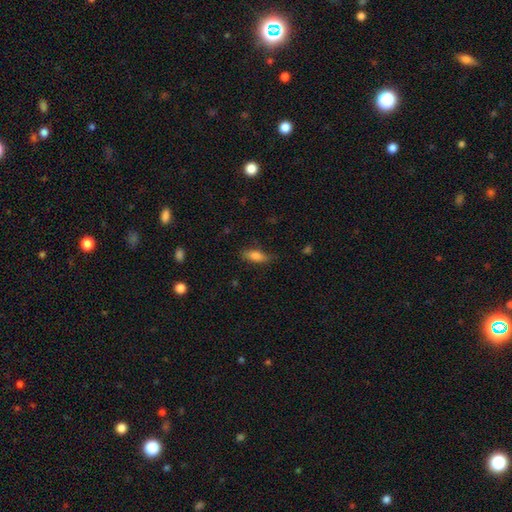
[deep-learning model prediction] The model was most divided on "how rounded": in between: 73%, cigar-shaped: 24%, round: 3%. More confident: smooth or featured — smooth (81%); merging — none (78%).